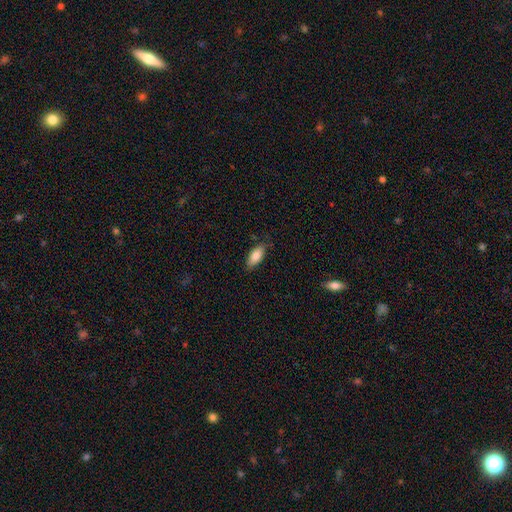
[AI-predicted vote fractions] This is clearly a smooth galaxy (83%). How rounded: clearly in between (84%). Merging: clearly none (81%).